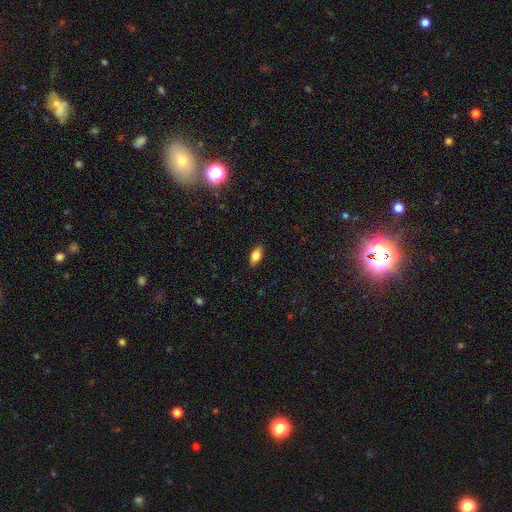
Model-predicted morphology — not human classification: smooth 78%, featured or disk 14%, star or artifact 8%. Down the decision tree: how rounded — in between (87%); merging — none (88%).